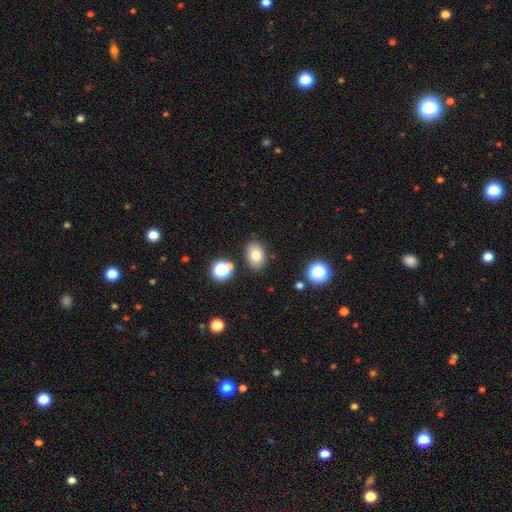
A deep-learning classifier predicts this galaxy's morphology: Smooth or featured? smooth (80%)
How rounded? in between (78%)
Merging? none (81%)